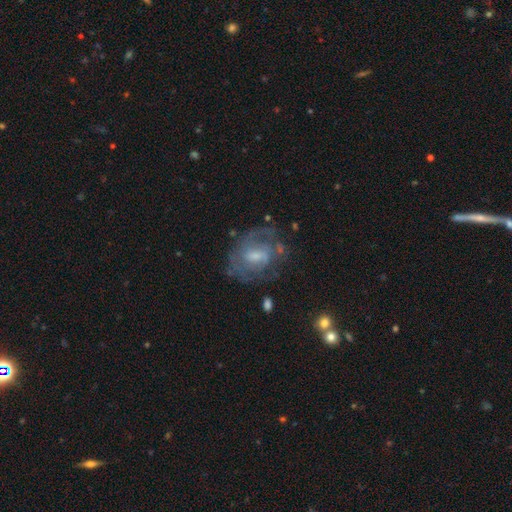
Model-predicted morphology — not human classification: type=featured or disk (71%); edge-on=no (97%); bar=weak (52%); spiral arms=yes (72%); bulge=small (42%); merging=none (56%).